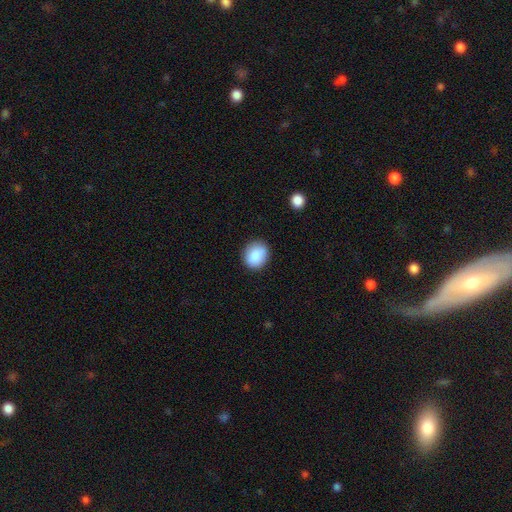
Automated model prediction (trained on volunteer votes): Smooth or featured? smooth (87%)
How rounded? round (60%)
Merging? none (85%)